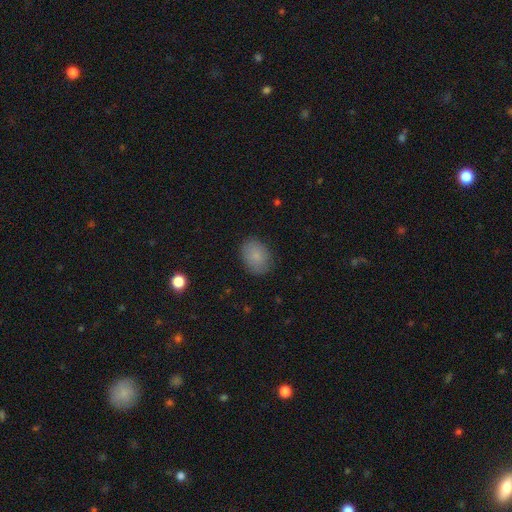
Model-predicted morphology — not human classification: Smooth or featured?
  - smooth: 84% *
  - star or artifact: 9%
  - featured or disk: 7%
How rounded?
  - in between: 74% *
  - round: 24%
  - cigar-shaped: 1%
Merging?
  - none: 85% *
  - minor disturbance: 11%
  - major disturbance: 3%
  - merger: 1%